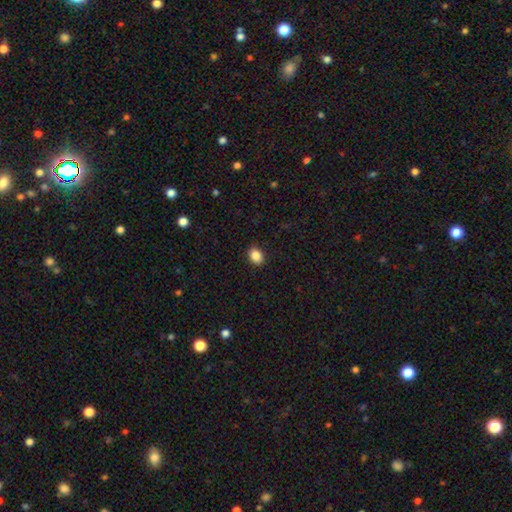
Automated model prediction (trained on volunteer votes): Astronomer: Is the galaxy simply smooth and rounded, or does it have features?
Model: smooth — 87%.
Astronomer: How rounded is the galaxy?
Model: in between — 70%.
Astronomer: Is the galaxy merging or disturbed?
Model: none — 90%.